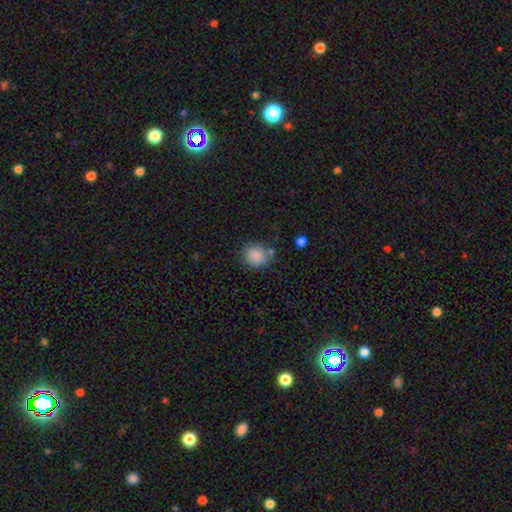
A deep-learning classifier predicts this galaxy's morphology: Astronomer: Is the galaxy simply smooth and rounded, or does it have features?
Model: smooth — 87%.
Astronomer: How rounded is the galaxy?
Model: round — 78%.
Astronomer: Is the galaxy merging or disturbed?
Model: none — 74%.